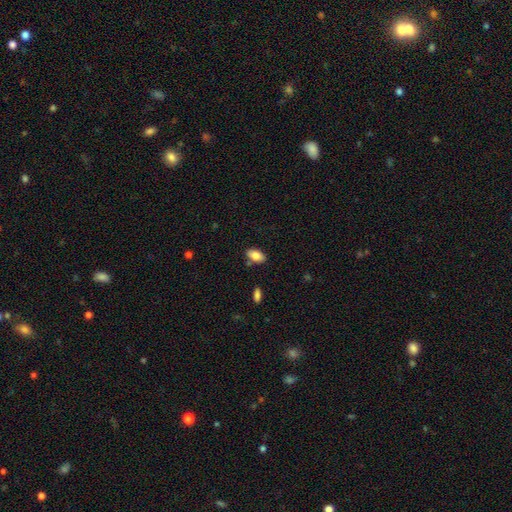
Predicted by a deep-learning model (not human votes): The model was most divided on "merging": none: 80%, minor disturbance: 12%, merger: 5%, major disturbance: 2%. More confident: how rounded — in between (93%); smooth or featured — smooth (81%).